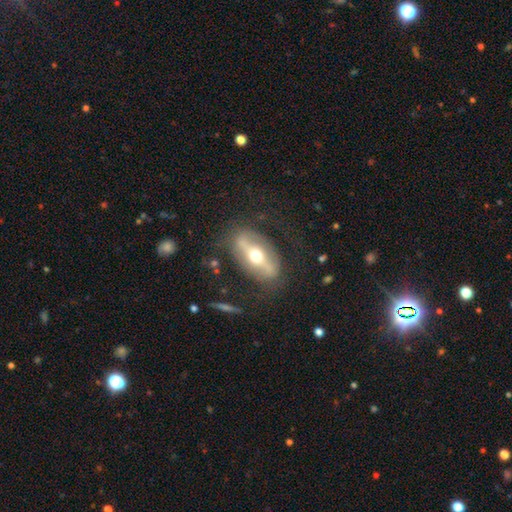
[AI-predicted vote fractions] smooth_or_featured: featured or disk (p=0.68) [alt: smooth p=0.26]
disk_edge_on: no (p=0.66) [alt: yes p=0.34]
merging: none (p=0.76) [alt: minor disturbance p=0.14]